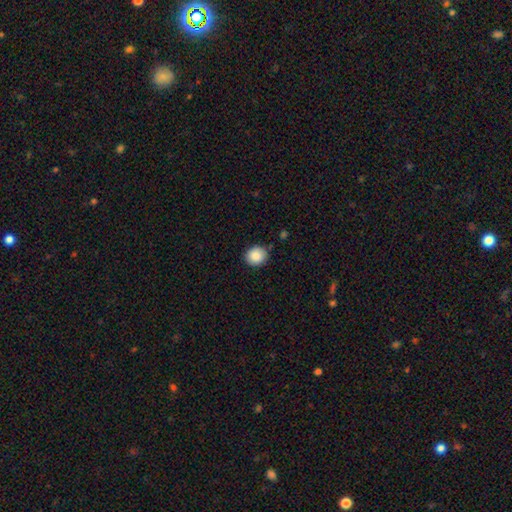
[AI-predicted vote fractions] smooth-or-featured: smooth: 88% | star or artifact: 8% | featured or disk: 4%
  how-rounded: round: 82% | in between: 18% | cigar-shaped: 1%
  merging: none: 86% | minor disturbance: 10% | major disturbance: 2% | merger: 1%